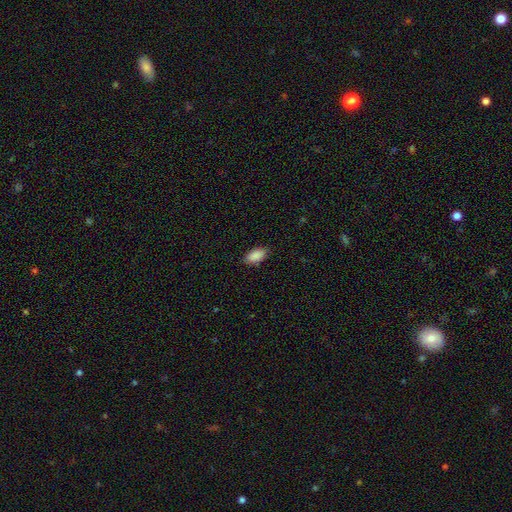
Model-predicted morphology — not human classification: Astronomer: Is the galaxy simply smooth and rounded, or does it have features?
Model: smooth — 90%.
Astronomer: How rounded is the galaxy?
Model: in between — 93%.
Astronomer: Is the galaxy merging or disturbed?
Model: none — 85%.